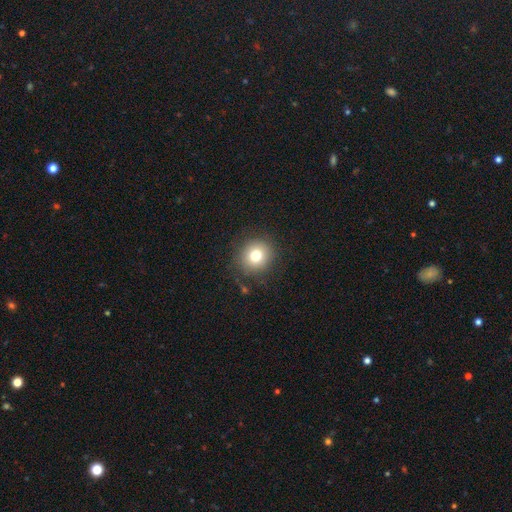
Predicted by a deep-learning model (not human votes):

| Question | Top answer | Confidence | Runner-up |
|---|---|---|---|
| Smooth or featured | smooth | 77% | star or artifact (12%) |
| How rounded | round | 90% | in between (9%) |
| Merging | none | 86% | minor disturbance (9%) |